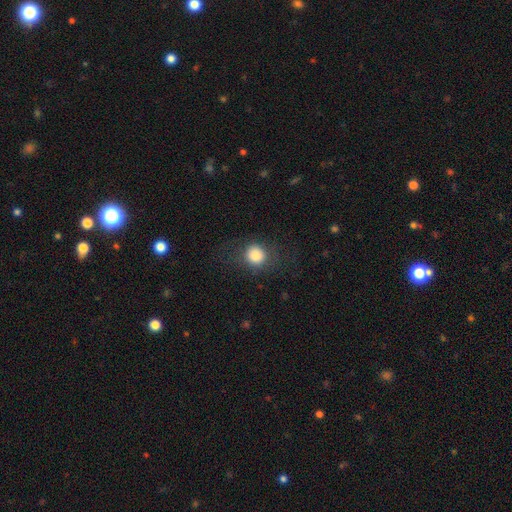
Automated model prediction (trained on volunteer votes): A smooth galaxy with no disk features (82%) that is round (82%).

Vote fractions:
- Smooth or featured? smooth: 82% / star or artifact: 10% / featured or disk: 8%
- How rounded? round: 82% / in between: 17% / cigar-shaped: 1%
- Merging? none: 75% / minor disturbance: 14% / major disturbance: 10% / merger: 1%